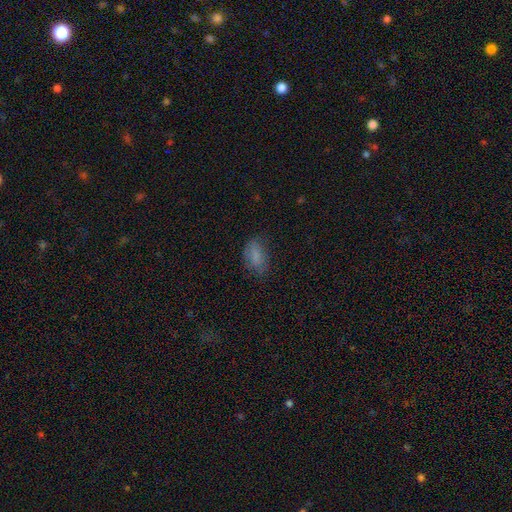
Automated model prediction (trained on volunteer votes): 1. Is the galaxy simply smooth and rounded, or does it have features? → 80% smooth, 11% featured or disk, 10% star or artifact.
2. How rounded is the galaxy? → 90% in between, 7% round, 3% cigar-shaped.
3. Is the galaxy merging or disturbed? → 69% none, 22% minor disturbance, 8% major disturbance, 1% merger.